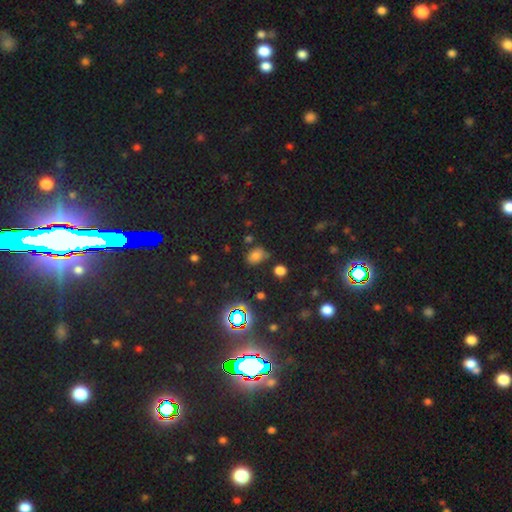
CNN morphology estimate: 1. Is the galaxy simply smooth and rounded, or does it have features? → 63% smooth, 28% star or artifact, 9% featured or disk.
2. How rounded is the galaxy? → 69% in between, 30% round, 2% cigar-shaped.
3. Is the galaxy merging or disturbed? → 67% none, 21% minor disturbance, 6% major disturbance, 5% merger.